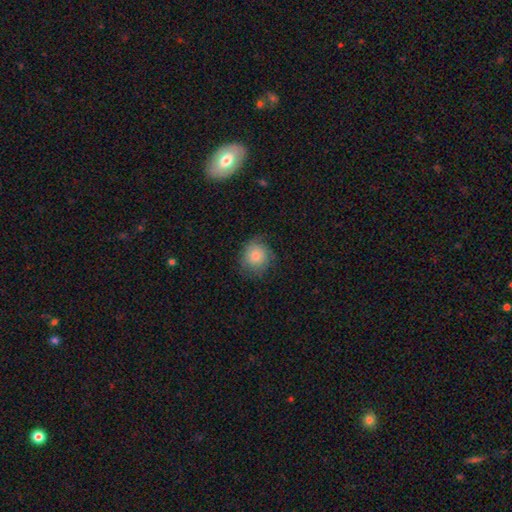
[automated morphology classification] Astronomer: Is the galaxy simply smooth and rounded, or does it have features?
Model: smooth — 71%.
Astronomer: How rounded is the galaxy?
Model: round — 88%.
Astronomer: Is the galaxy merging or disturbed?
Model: none — 71%.